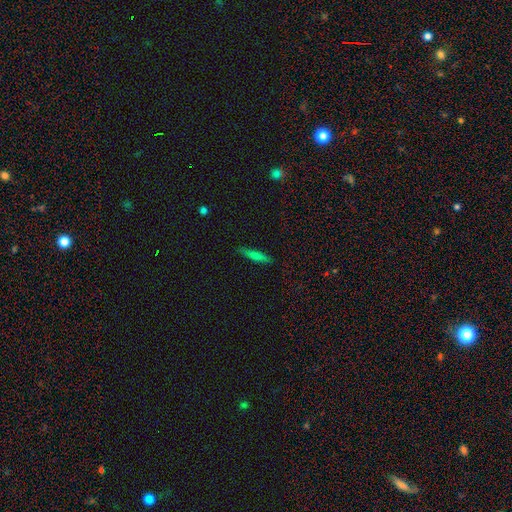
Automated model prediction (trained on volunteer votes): This appears to be a smooth galaxy with no disk features (69%) that is cigar-shaped (87%). Merging: none (87%).